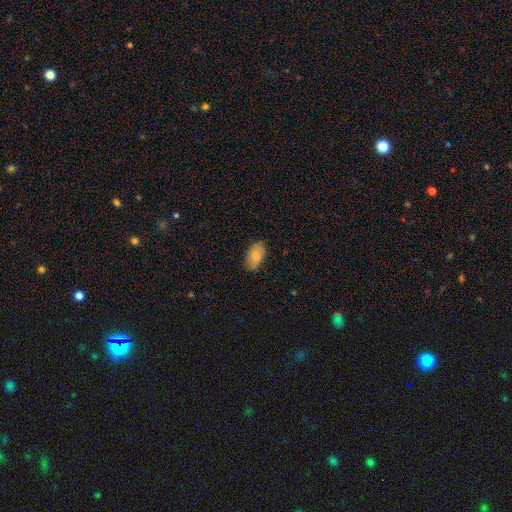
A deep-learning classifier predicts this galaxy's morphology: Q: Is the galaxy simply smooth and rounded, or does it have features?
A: smooth — 78%.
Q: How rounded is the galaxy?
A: in between — 94%.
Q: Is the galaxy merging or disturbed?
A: none — 80%.